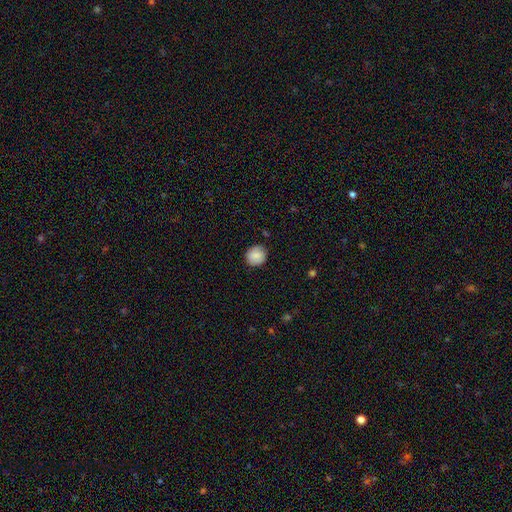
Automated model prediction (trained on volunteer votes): This appears to be a smooth galaxy with no disk features (82%) that is round (80%). Merging: none (80%).